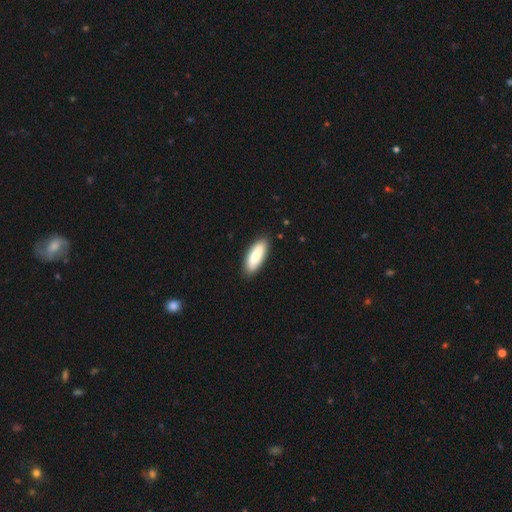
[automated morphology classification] Smooth or featured? Predicted: smooth (p=0.76). How rounded? Predicted: in between (p=0.73). Merging? Predicted: none (p=0.87).